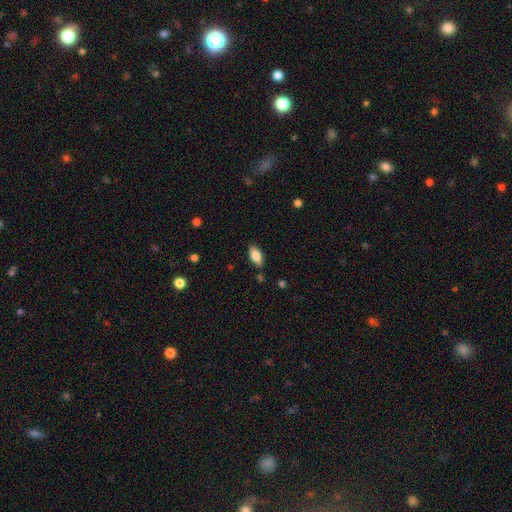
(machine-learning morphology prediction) This is clearly a smooth galaxy (82%). How rounded: clearly in between (89%). Merging: clearly none (83%).